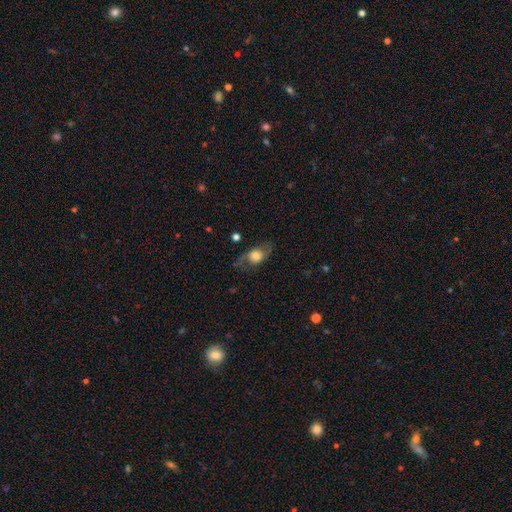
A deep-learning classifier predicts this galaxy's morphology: smooth 52%, featured or disk 40%, star or artifact 9%. Down the decision tree: how rounded — in between (59%); merging — none (61%).